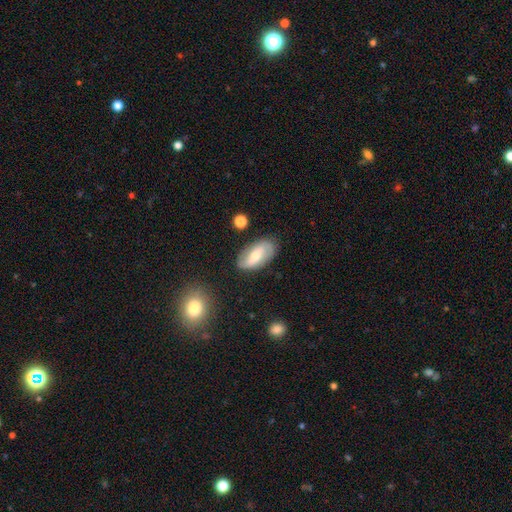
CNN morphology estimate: A featured or disk galaxy (56%) with no bar (39%), spiral arms (78%) and a moderate central bulge (48%). Merging: none (82%).